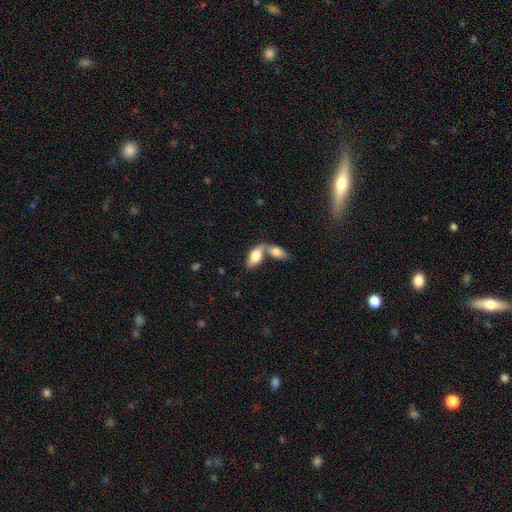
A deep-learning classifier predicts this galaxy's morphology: Overall: smooth (76%). How rounded: in between (89%). Merging: merger (64%; none 25%).